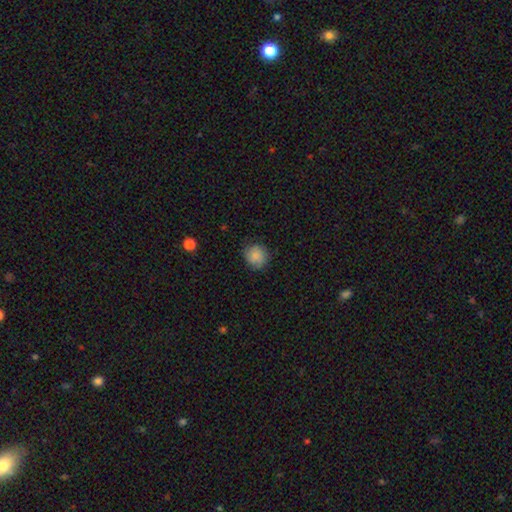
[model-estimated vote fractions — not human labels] A smooth galaxy with no disk features (86%) that is round (88%). Merging: none (83%).